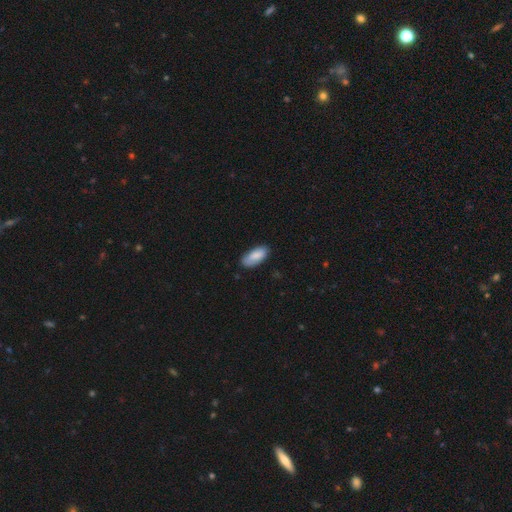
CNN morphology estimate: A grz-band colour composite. It shows a smooth galaxy with no disk features (86%) that is in between round and cigar-shaped (86%). Merging: none (79%).